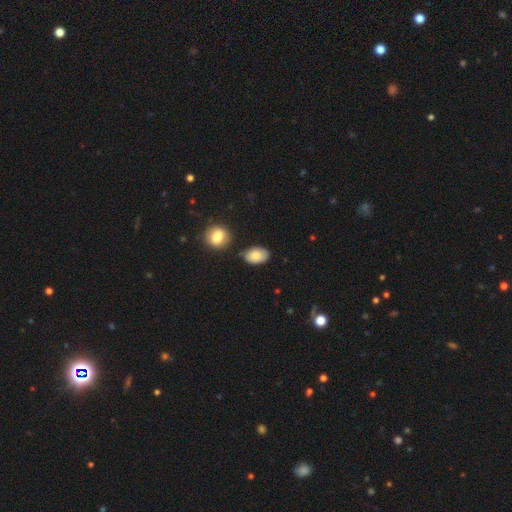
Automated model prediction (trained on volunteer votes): Overall: smooth (85%). How rounded: in between (87%). Merging: none (75%).